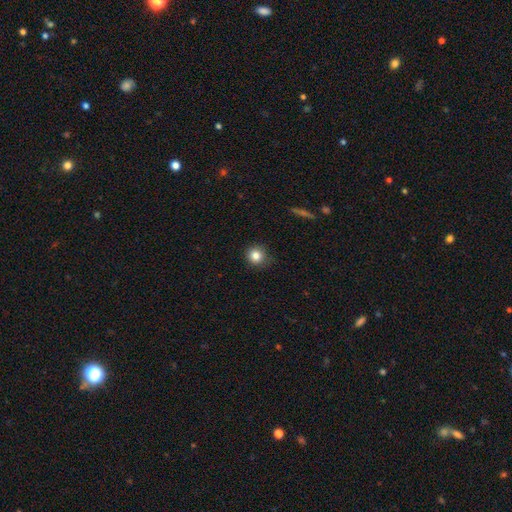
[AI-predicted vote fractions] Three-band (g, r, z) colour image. It shows a smooth galaxy with no disk features (83%) that is round (93%). Merging: none (85%).